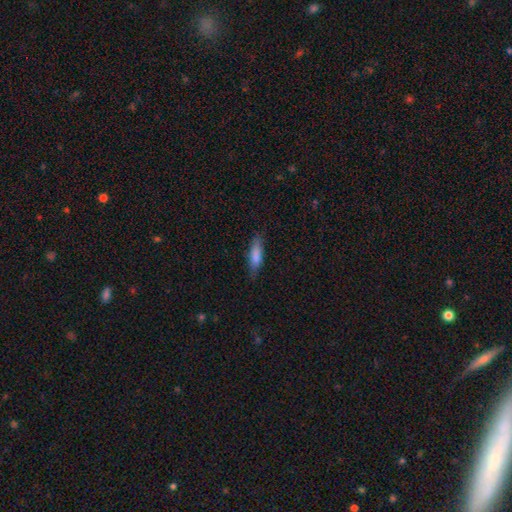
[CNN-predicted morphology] This is likely a smooth galaxy (80%). How rounded: likely cigar-shaped (60%). Merging: likely none (78%).